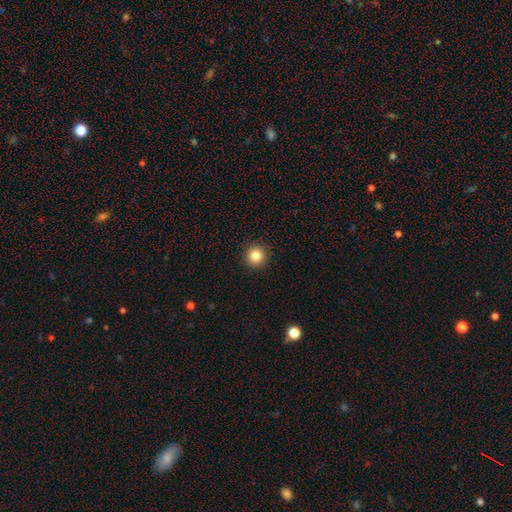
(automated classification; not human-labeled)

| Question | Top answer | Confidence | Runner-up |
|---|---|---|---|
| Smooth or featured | smooth | 84% | star or artifact (11%) |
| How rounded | round | 95% | in between (4%) |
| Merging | none | 93% | minor disturbance (5%) |